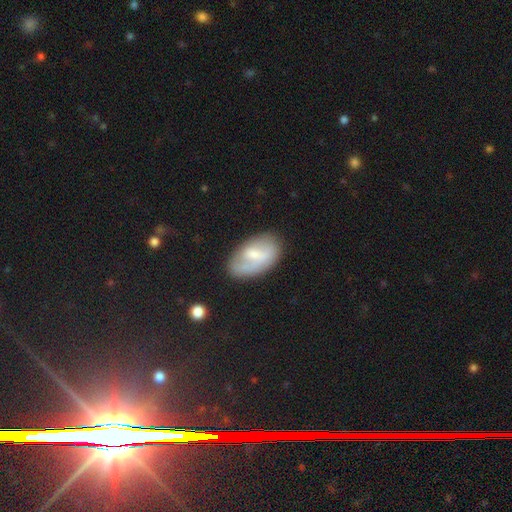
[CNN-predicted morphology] Smooth or featured? Predicted: smooth (p=0.54). How rounded? Predicted: in between (p=0.92). Merging? Predicted: none (p=0.64).